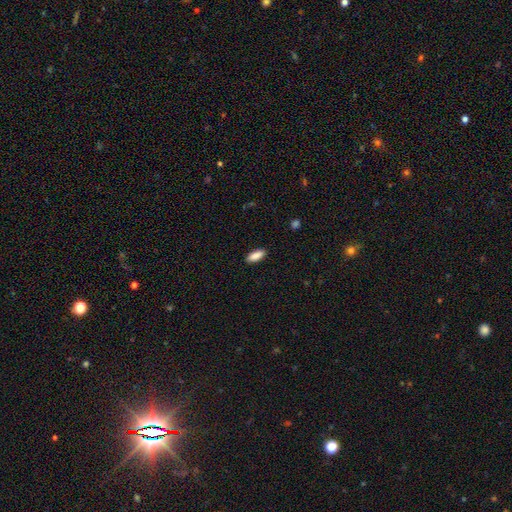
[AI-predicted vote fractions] This is clearly a smooth galaxy (89%). How rounded: likely in between (71%). Merging: clearly none (89%).